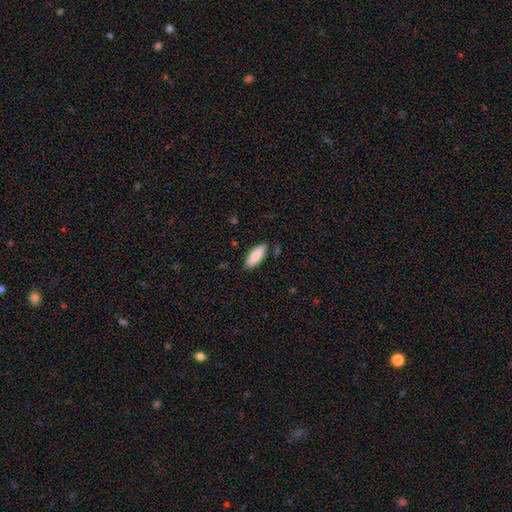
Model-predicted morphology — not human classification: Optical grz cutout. It shows a smooth galaxy with no disk features (88%) that is in between round and cigar-shaped (71%). Merging: none (85%).